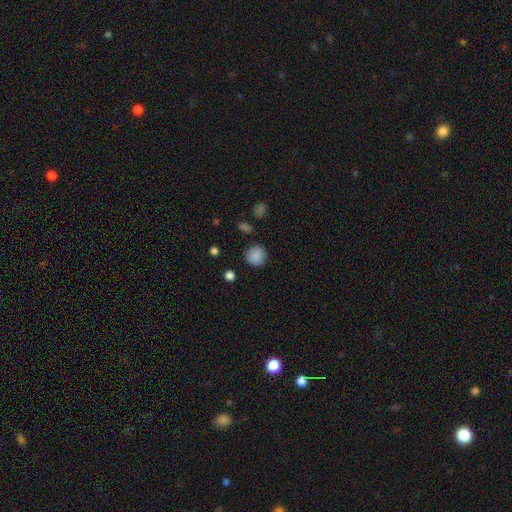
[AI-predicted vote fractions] smooth_or_featured: smooth (p=0.87) [alt: star or artifact p=0.10]
how_rounded: round (p=0.91) [alt: in between p=0.08]
merging: none (p=0.85) [alt: minor disturbance p=0.10]